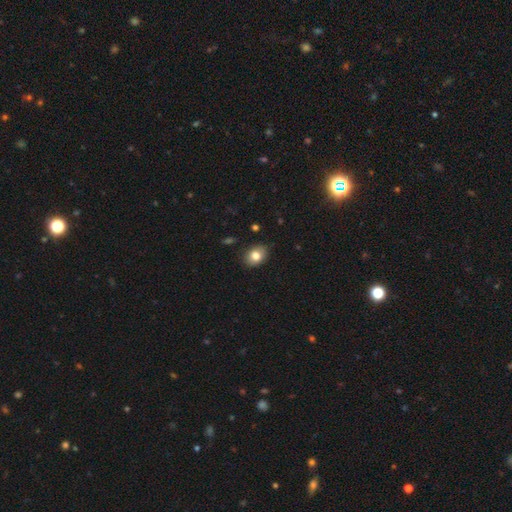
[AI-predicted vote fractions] This is clearly a smooth galaxy (81%). How rounded: likely in between (60%). Merging: clearly none (86%).